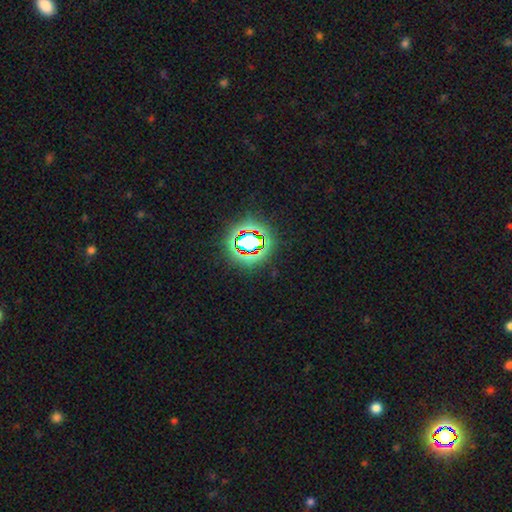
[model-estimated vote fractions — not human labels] This is likely a star or artifact rather than a galaxy (78%).